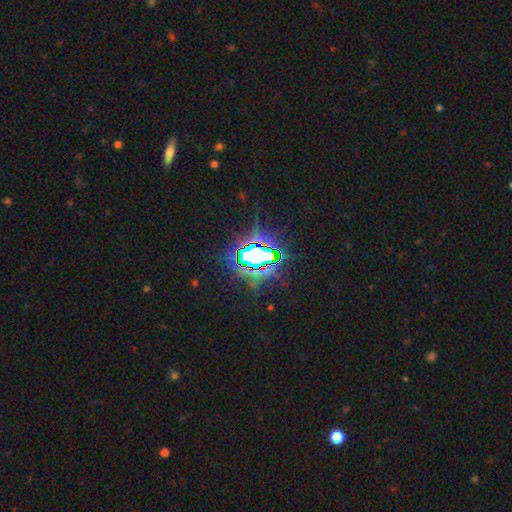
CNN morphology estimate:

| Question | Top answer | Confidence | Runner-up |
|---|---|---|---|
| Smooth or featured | star or artifact | 77% | smooth (13%) |